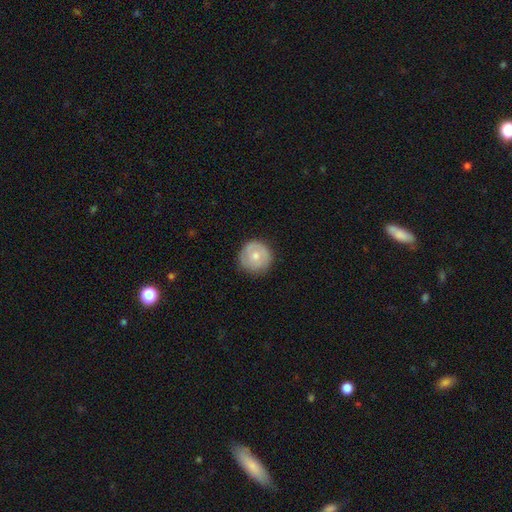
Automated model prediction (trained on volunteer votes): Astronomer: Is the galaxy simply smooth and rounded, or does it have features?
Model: smooth — 57% (runner-up: featured or disk, 36%).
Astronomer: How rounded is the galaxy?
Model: round — 95%.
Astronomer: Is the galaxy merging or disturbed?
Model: none — 83%.